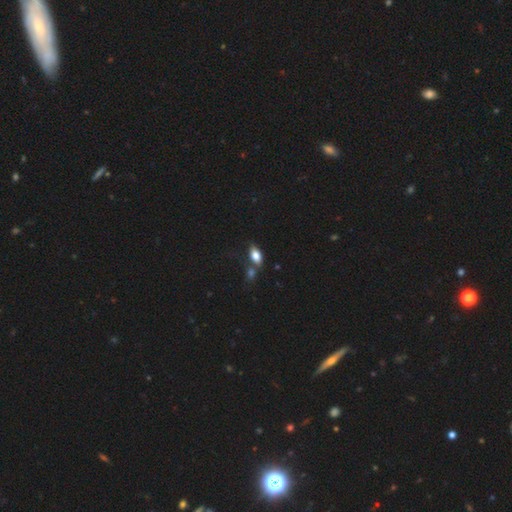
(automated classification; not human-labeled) smooth-or-featured: smooth: 74% | featured or disk: 17% | star or artifact: 9%
  how-rounded: in between: 86% | cigar-shaped: 8% | round: 6%
  merging: none: 54% | merger: 24% | minor disturbance: 16% | major disturbance: 6%